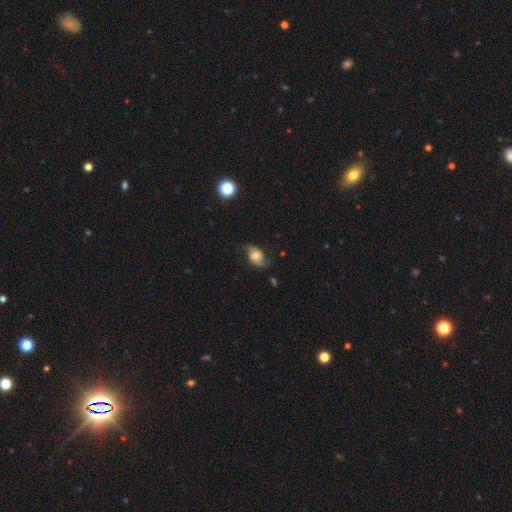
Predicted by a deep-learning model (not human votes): Overall: smooth (47%; featured or disk 44%). Merging: none (64%; minor disturbance 25%).